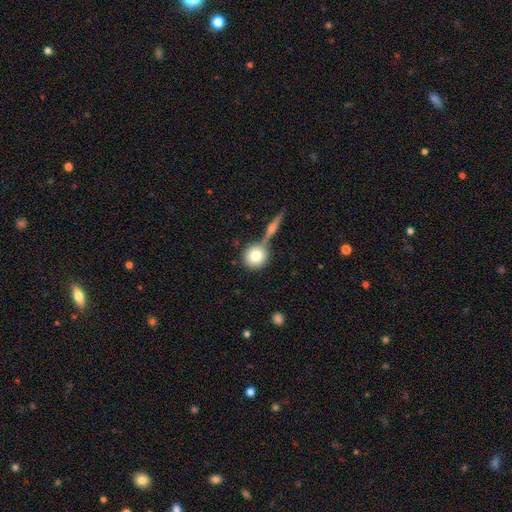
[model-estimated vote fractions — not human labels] Smooth or featured? Predicted: smooth (p=0.77). How rounded? Predicted: round (p=0.92). Merging? Predicted: none (p=0.63).